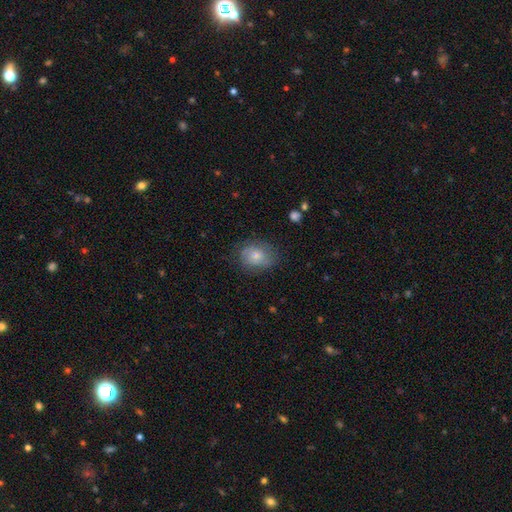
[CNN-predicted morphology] A smooth galaxy with no disk features (62%) that is round (50%).

Vote fractions:
- Smooth or featured? smooth: 62% / featured or disk: 26% / star or artifact: 11%
- How rounded? round: 50% / in between: 49% / cigar-shaped: 1%
- Merging? none: 74% / minor disturbance: 19% / major disturbance: 6% / merger: 1%